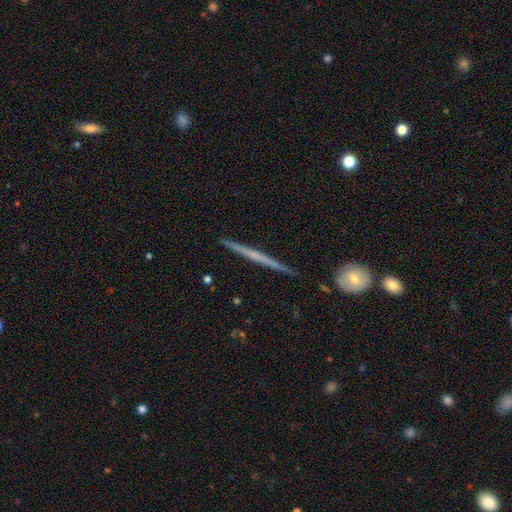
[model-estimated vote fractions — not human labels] featured or disk 66%, smooth 28%, star or artifact 6%. Down the decision tree: edge-on disk — yes (98%); edge-on bulge — none (83%); merging — none (91%).